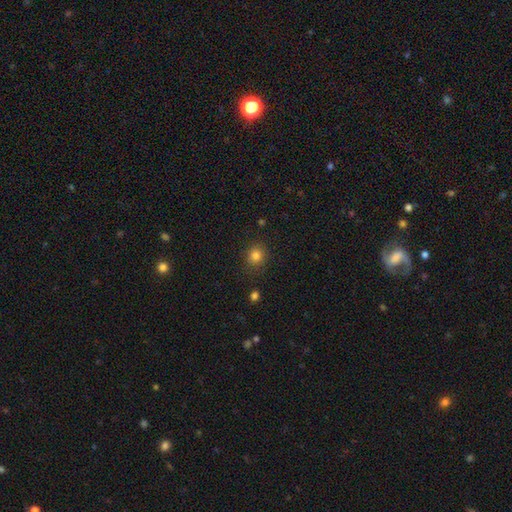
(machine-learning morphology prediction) smooth 82%, star or artifact 12%, featured or disk 6%. Down the decision tree: how rounded — round (82%); merging — none (86%).